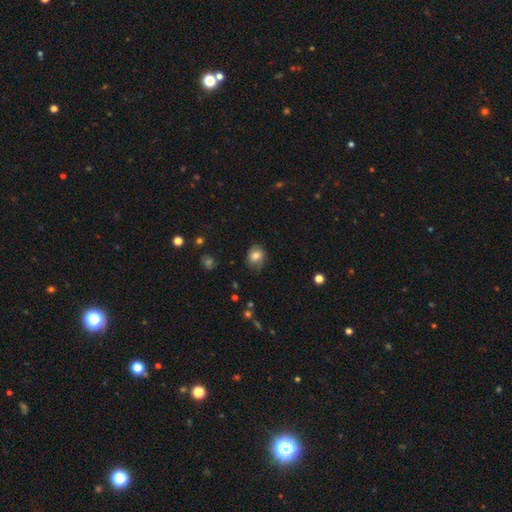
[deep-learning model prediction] smooth 78%, featured or disk 13%, star or artifact 10%. Down the decision tree: how rounded — round (60%); merging — none (76%).